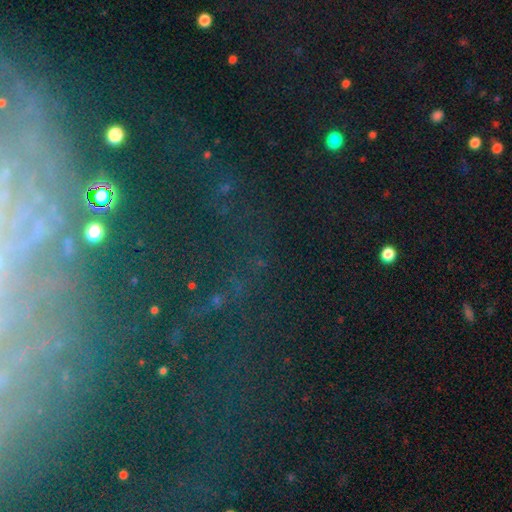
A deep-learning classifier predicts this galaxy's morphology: smooth-or-featured: star or artifact: 62% | featured or disk: 22% | smooth: 15%